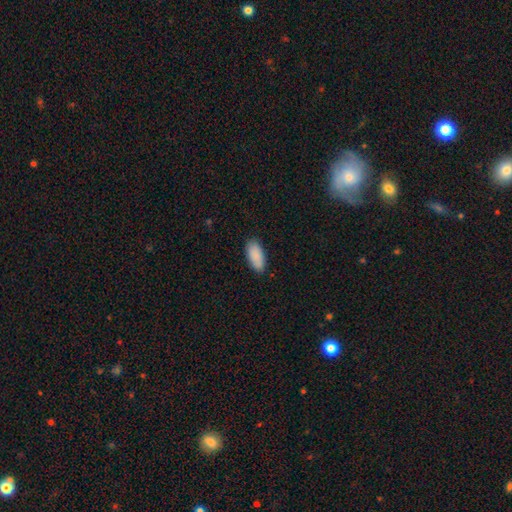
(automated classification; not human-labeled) The model was most divided on "merging": none: 86%, minor disturbance: 11%, major disturbance: 2%, merger: 1%. More confident: smooth or featured — smooth (90%); how rounded — in between (90%).